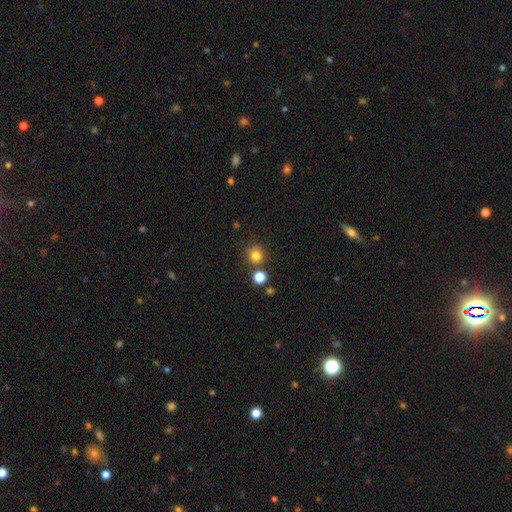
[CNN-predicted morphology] Smooth or featured? smooth (81%)
How rounded? round (90%)
Merging? none (77%)